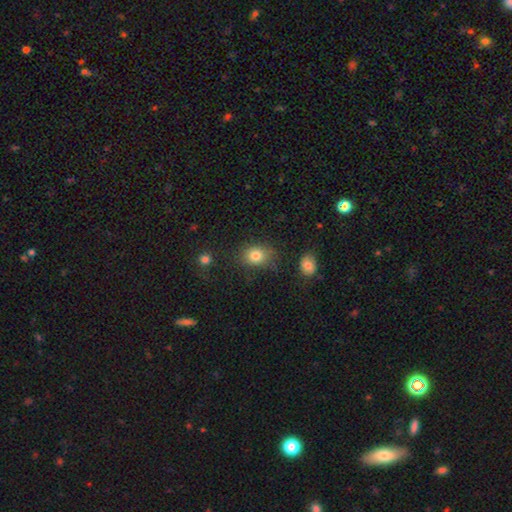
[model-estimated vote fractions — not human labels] Smooth or featured: smooth — 82% (star or artifact — 11%)
How rounded: round — 53% (in between — 46%)
Merging: none — 77% (minor disturbance — 15%)